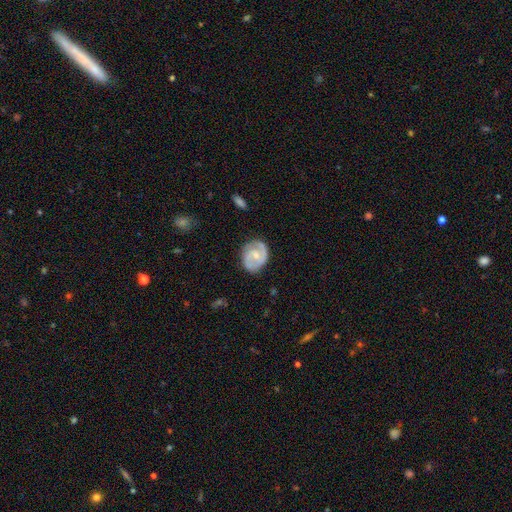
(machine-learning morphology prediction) A featured or disk galaxy (77%) with a weak bar (46%), 2 (82%) medium (47%) spiral arms (93%) and a small central bulge (51%).

Vote fractions:
- Smooth or featured? featured or disk: 77% / smooth: 18% / star or artifact: 5%
- Edge-on disk? no: 98% / yes: 2%
- Bar? weak: 46% / no: 44% / strong: 9%
- Spiral arms? yes: 93% / no: 7%
- Spiral winding? medium: 47% / tight: 38% / loose: 15%
- Spiral arm count? 2: 82% / can't tell: 7% / 1: 6% / 3: 2% / 4: 1% / more than 4: 1%
- Bulge size? small: 51% / moderate: 39% / none: 8% / large: 2% / dominant: 1%
- Merging? none: 76% / minor disturbance: 17% / major disturbance: 5% / merger: 1%